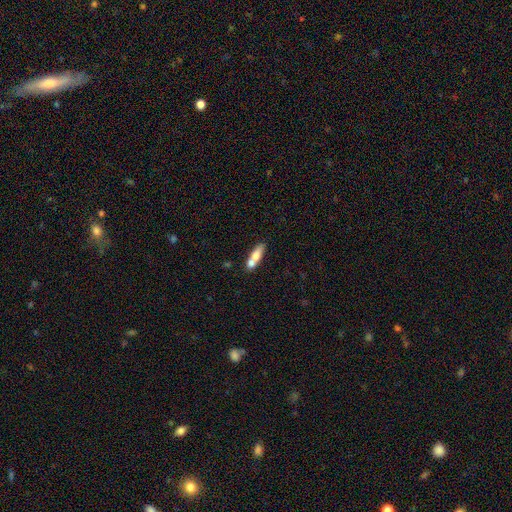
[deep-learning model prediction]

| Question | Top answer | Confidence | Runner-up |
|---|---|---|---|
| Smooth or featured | smooth | 67% | featured or disk (25%) |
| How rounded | in between | 48% | cigar-shaped (47%) |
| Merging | merger | 48% | none (37%) |